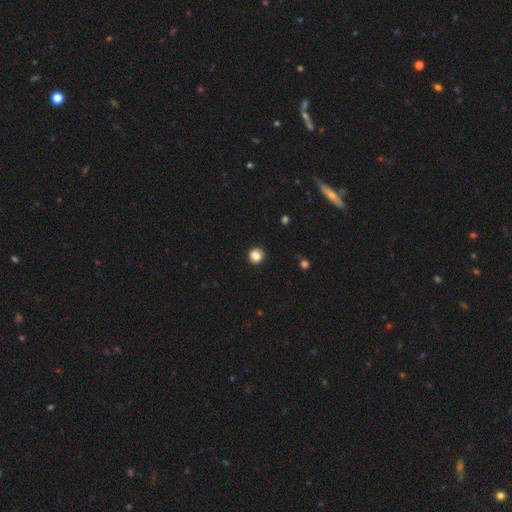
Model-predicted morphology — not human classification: type=smooth (84%); roundness=round (85%); merging=none (87%).